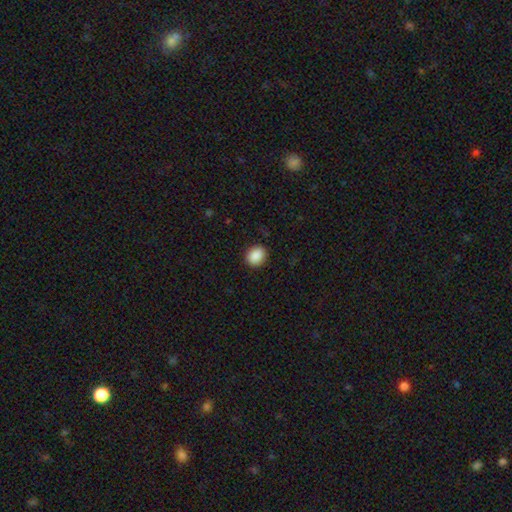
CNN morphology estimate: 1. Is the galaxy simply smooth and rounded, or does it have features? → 89% smooth, 8% star or artifact, 3% featured or disk.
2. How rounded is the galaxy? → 57% round, 42% in between, 1% cigar-shaped.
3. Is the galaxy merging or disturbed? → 89% none, 8% minor disturbance, 2% major disturbance, 1% merger.